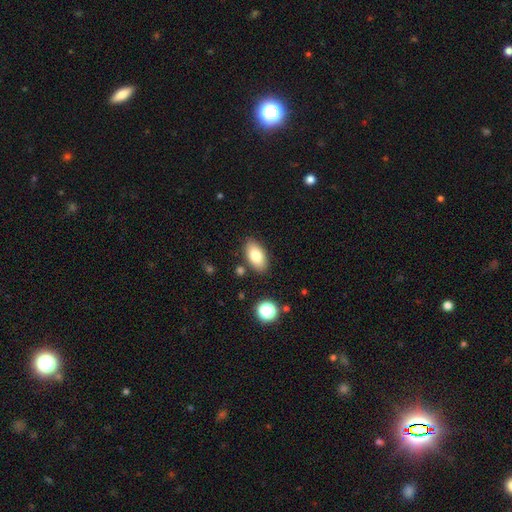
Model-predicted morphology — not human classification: A smooth galaxy with no disk features (80%) that is in between round and cigar-shaped (92%).

Vote fractions:
- Smooth or featured? smooth: 80% / featured or disk: 12% / star or artifact: 8%
- How rounded? in between: 92% / cigar-shaped: 4% / round: 4%
- Merging? none: 84% / minor disturbance: 10% / merger: 3% / major disturbance: 2%